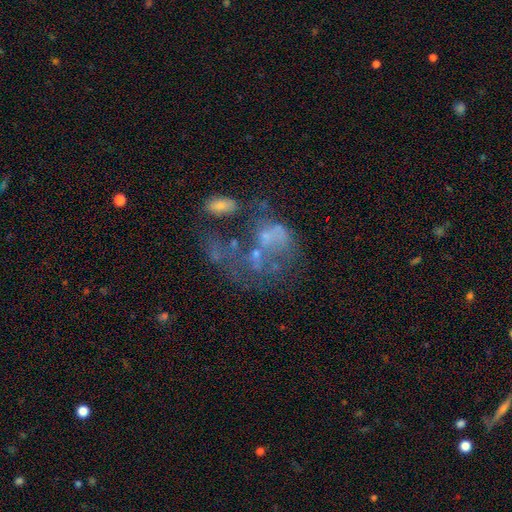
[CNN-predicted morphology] This appears to be a featured or disk galaxy (54%) with no bar (91%), no spiral arms (91%) and no central bulge (69%). Merging: merger (35%).